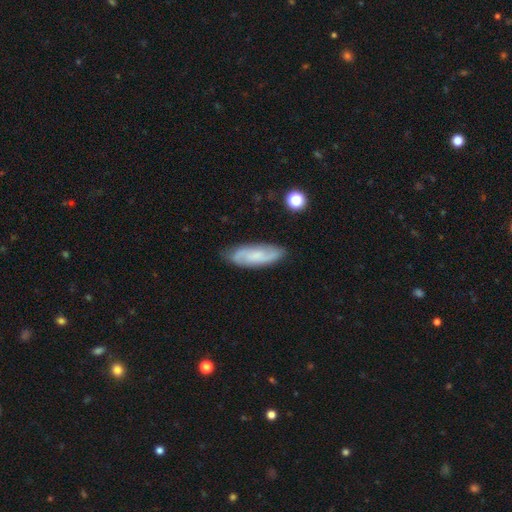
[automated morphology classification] This appears to be a featured or disk galaxy (54%). Merging: none (80%).